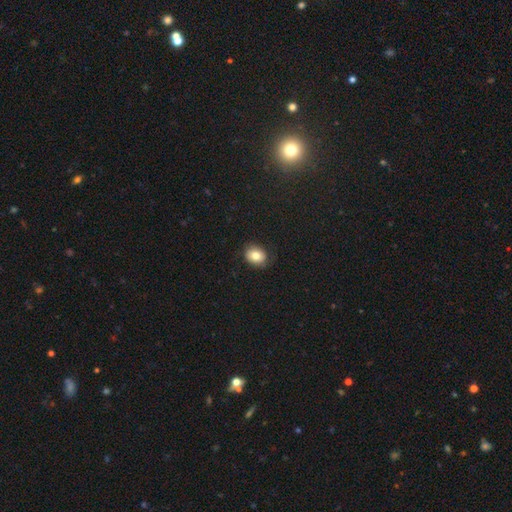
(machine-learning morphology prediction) This is clearly a smooth galaxy (81%). How rounded: possibly round (55%). Merging: clearly none (85%).